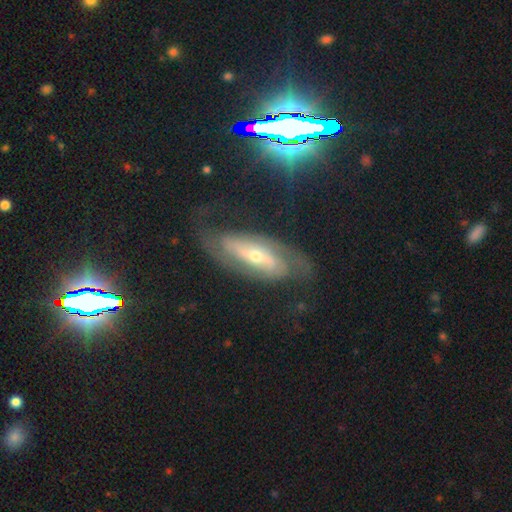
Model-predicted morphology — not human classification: Smooth or featured? Predicted: featured or disk (p=0.78). Edge-on disk? Predicted: no (p=0.88). Bar? Predicted: no (p=0.41). Spiral arms? Predicted: yes (p=0.90). Spiral winding? Predicted: medium (p=0.41). Spiral arm count? Predicted: 2 (p=0.76). Bulge size? Predicted: small (p=0.54). Merging? Predicted: none (p=0.68).